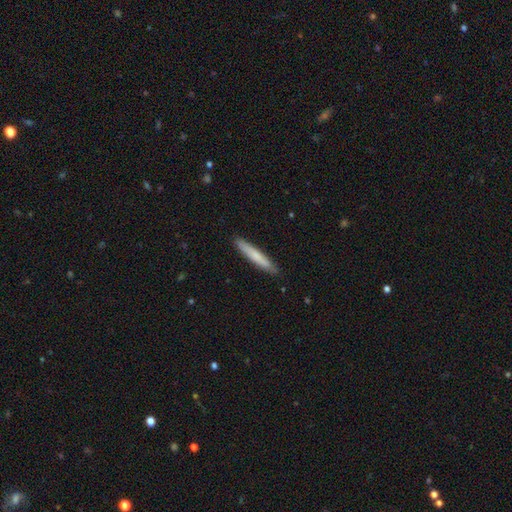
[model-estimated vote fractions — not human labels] This appears to be a smooth galaxy with no disk features (72%) that is cigar-shaped (94%). Merging: none (89%).